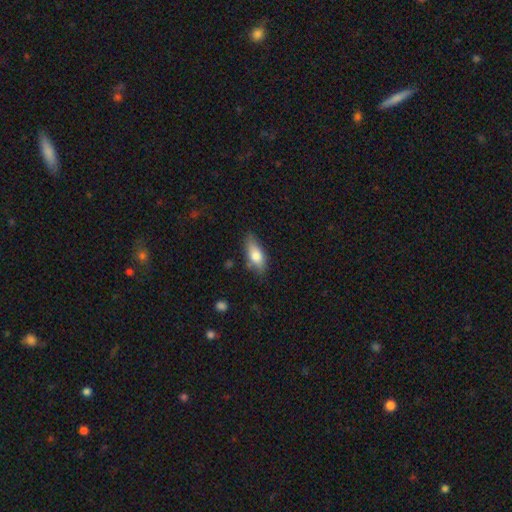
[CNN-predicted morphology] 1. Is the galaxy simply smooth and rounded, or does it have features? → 74% smooth, 20% featured or disk, 7% star or artifact.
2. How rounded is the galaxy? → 76% in between, 21% cigar-shaped, 3% round.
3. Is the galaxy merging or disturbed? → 71% none, 22% minor disturbance, 4% major disturbance, 3% merger.